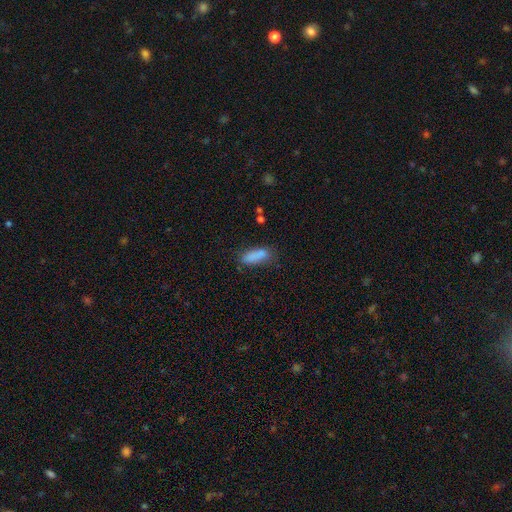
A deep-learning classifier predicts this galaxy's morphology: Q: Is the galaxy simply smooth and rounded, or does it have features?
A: smooth — 83%.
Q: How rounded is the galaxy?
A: in between — 66%.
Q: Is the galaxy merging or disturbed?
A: none — 64%.